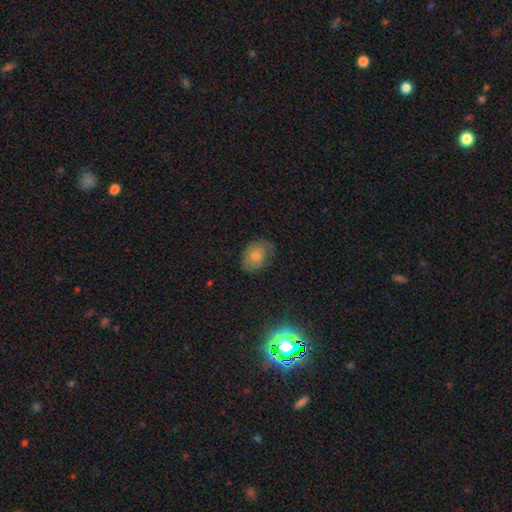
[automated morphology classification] type=smooth (66%); roundness=in between (66%); merging=none (58%).